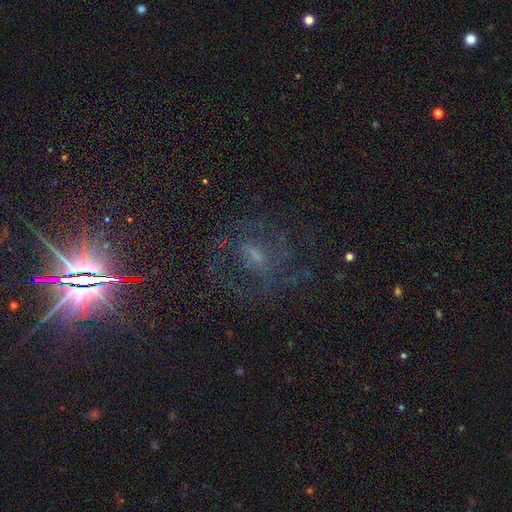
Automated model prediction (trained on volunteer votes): smooth-or-featured: featured or disk: 59% | star or artifact: 25% | smooth: 16%
  disk-edge-on: no: 95% | yes: 5%
    bar: weak: 46% | no: 32% | strong: 22%
    has-spiral-arms: yes: 75% | no: 25%
    bulge-size: small: 38% | moderate: 34% | none: 21% | large: 6% | dominant: 2%
  merging: none: 61% | major disturbance: 21% | minor disturbance: 16% | merger: 2%